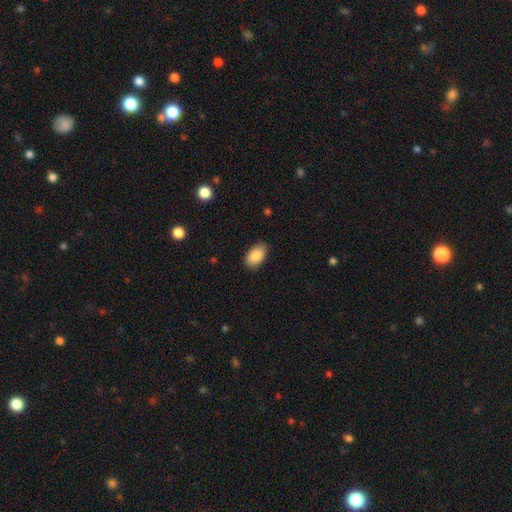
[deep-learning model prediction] smooth-or-featured: smooth: 89% | star or artifact: 7% | featured or disk: 5%
  how-rounded: in between: 93% | round: 6% | cigar-shaped: 1%
  merging: none: 85% | minor disturbance: 11% | major disturbance: 2% | merger: 1%